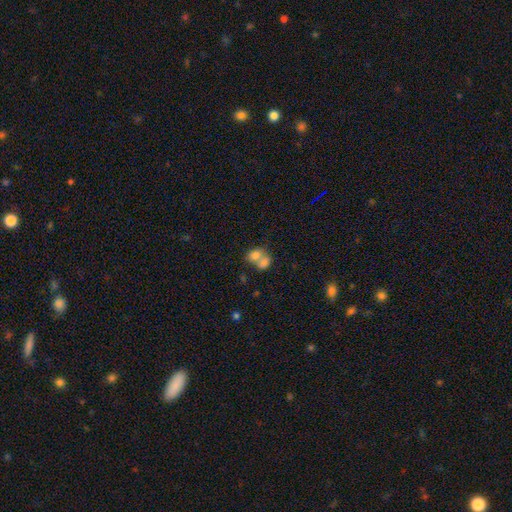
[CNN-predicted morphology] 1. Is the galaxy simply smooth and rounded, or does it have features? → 76% smooth, 15% featured or disk, 9% star or artifact.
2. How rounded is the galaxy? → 61% in between, 38% round, 1% cigar-shaped.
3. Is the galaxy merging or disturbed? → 71% merger, 20% none, 6% minor disturbance, 4% major disturbance.